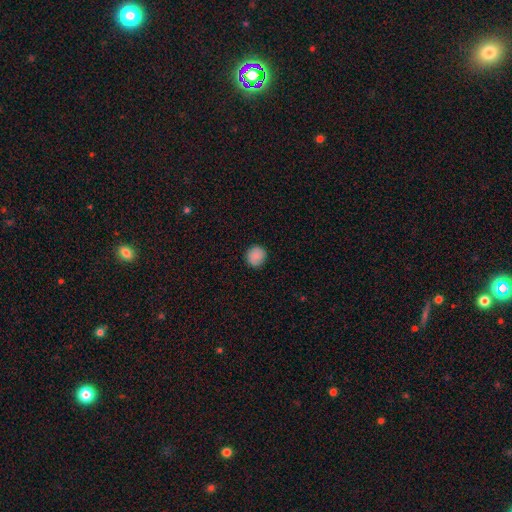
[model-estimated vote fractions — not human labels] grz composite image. It shows a smooth galaxy with no disk features (87%) that is round (88%). Merging: none (89%).